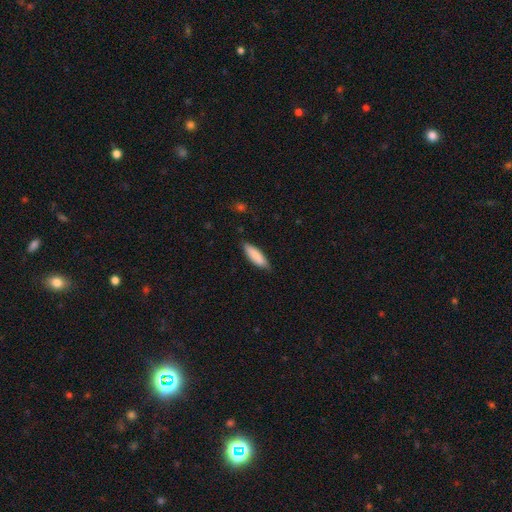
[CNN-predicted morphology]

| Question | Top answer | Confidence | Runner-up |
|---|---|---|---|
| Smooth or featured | smooth | 86% | featured or disk (8%) |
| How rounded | in between | 50% | cigar-shaped (48%) |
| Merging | none | 79% | minor disturbance (17%) |